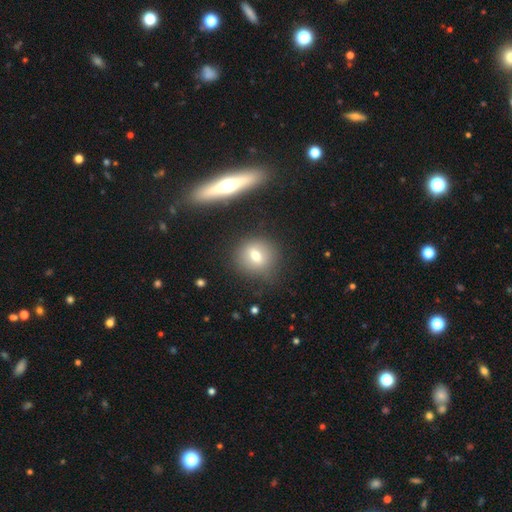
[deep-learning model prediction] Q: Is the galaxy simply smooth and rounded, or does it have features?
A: smooth — 67%.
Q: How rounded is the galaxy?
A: round — 79%.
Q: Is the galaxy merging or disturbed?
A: none — 82%.